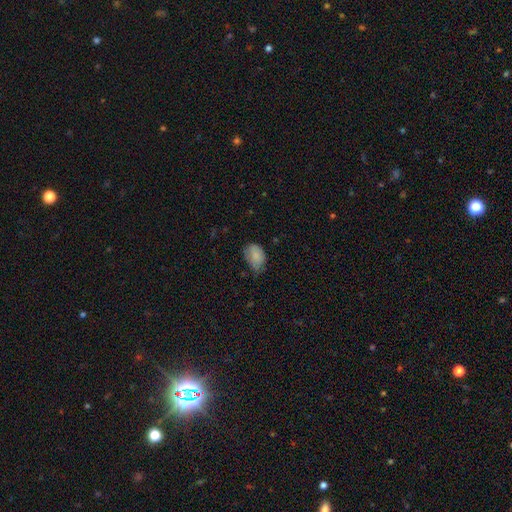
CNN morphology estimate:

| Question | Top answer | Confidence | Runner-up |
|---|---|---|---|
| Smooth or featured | smooth | 83% | featured or disk (9%) |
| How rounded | in between | 85% | round (14%) |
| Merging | none | 47% | minor disturbance (41%) |